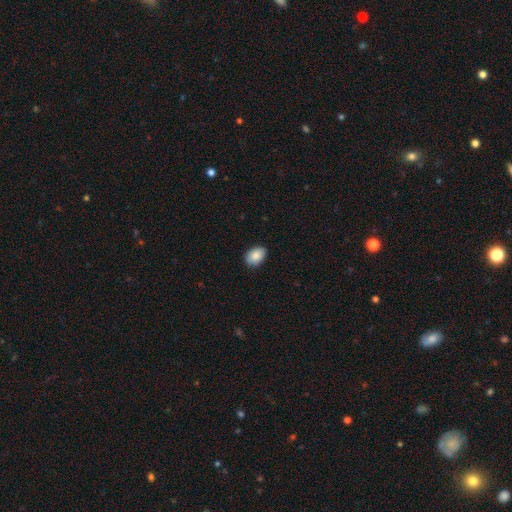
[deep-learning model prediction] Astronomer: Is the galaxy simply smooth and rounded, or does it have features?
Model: smooth — 87%.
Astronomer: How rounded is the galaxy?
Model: in between — 83%.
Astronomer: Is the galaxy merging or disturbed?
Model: none — 86%.